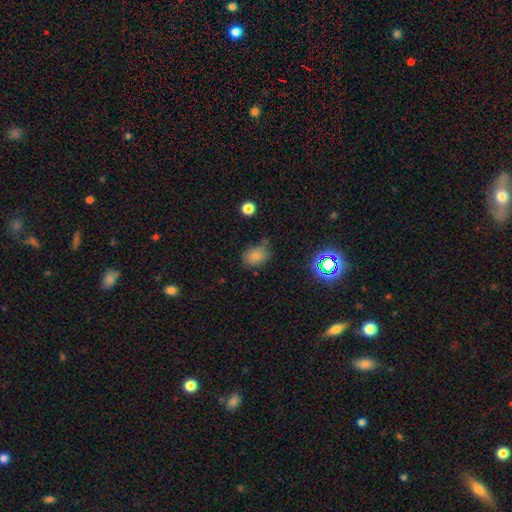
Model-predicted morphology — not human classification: Overall: smooth (77%). How rounded: in between (65%; round 34%). Merging: none (59%; minor disturbance 26%).